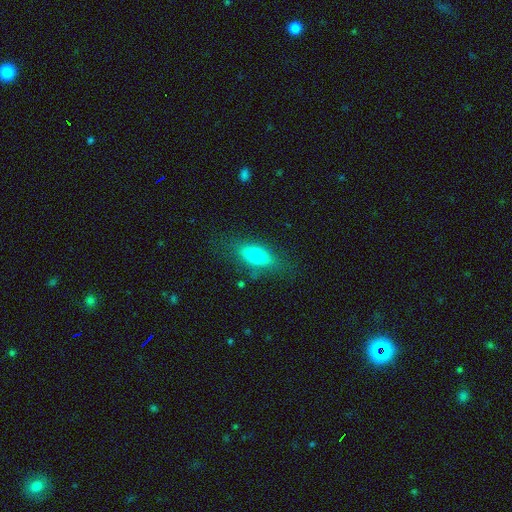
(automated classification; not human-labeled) Morphology: type=smooth (71%); roundness=in between (78%); merging=none (73%).